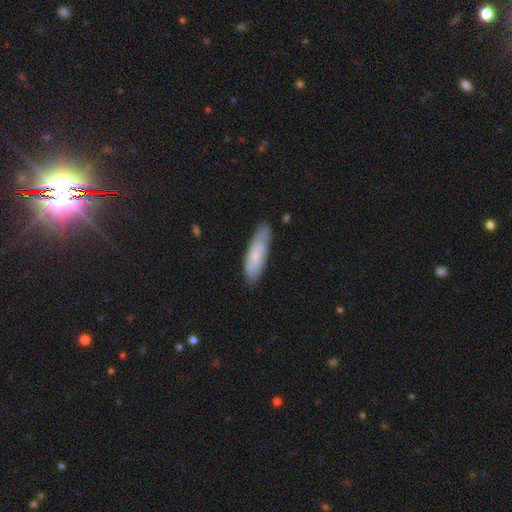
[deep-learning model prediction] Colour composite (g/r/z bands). It shows a smooth galaxy with no disk features (65%) that is cigar-shaped (54%). Merging: none (71%).